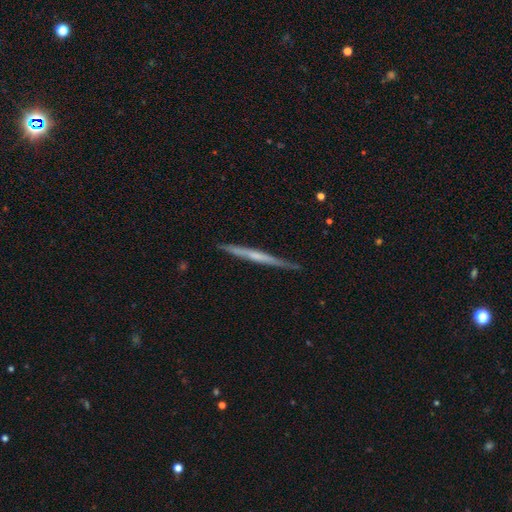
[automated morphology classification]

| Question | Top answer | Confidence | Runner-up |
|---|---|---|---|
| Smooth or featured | featured or disk | 64% | smooth (30%) |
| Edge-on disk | yes | 98% | no (2%) |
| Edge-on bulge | none | 65% | rounded (27%) |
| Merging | none | 88% | minor disturbance (9%) |